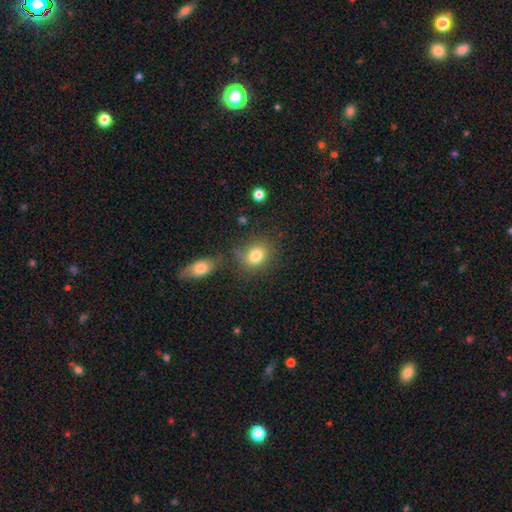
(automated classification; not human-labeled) A smooth galaxy with no disk features (82%) that is round (52%). Merging: none (69%).